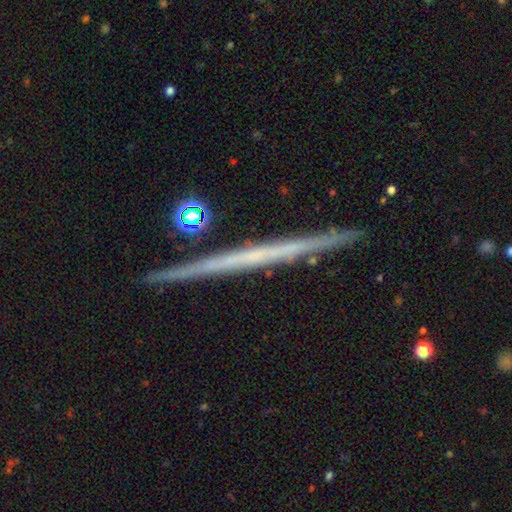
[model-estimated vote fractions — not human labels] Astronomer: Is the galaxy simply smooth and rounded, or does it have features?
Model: featured or disk — 68%.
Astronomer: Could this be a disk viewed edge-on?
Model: yes — 98%.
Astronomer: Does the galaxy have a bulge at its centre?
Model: none — 90%.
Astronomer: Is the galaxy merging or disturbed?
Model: none — 90%.